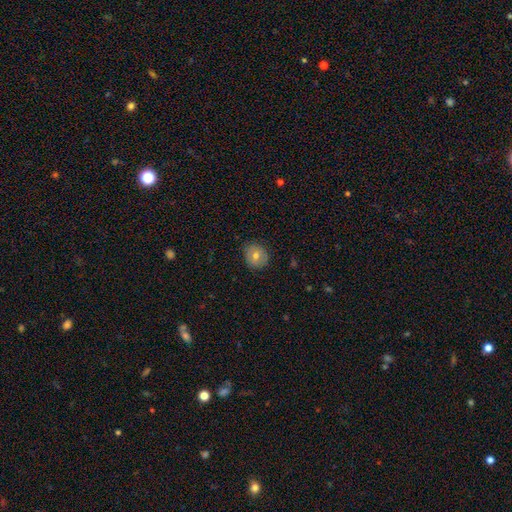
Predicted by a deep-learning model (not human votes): Overall: smooth (69%). How rounded: round (85%). Merging: none (86%).